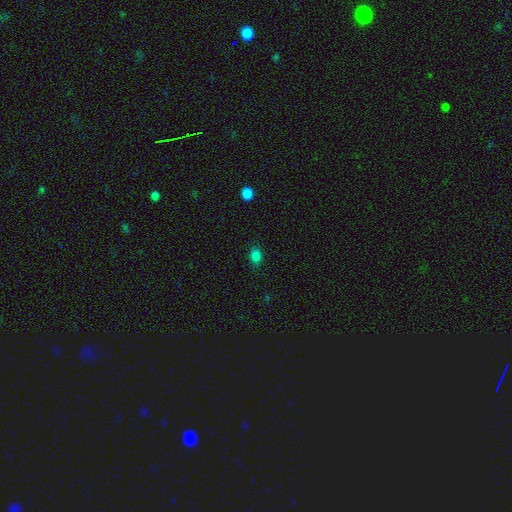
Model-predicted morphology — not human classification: This appears to be a smooth galaxy with no disk features (82%) that is in between round and cigar-shaped (57%). Merging: none (86%).